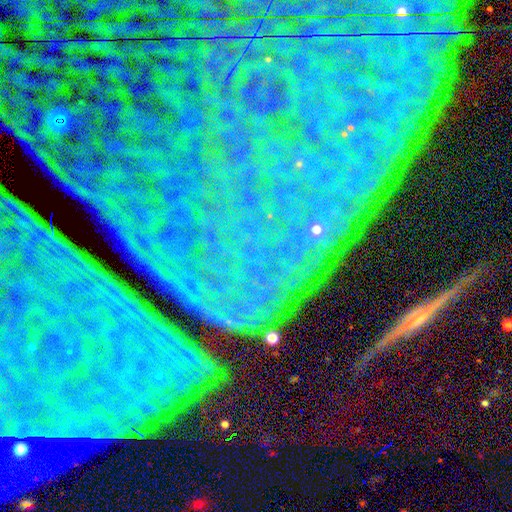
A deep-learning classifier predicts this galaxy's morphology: A star or artifact, not a galaxy (80%).